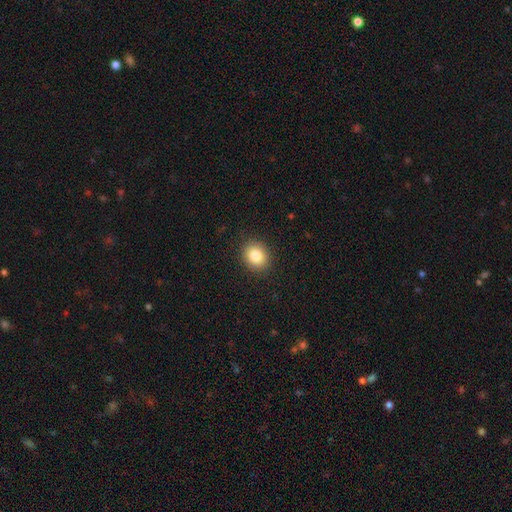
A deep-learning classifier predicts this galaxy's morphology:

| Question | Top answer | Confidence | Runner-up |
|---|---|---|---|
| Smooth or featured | smooth | 83% | star or artifact (10%) |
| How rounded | round | 66% | in between (33%) |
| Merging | none | 90% | minor disturbance (7%) |